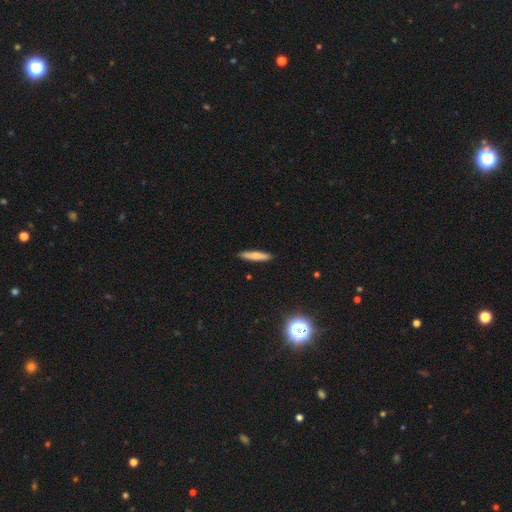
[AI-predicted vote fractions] A smooth galaxy with no disk features (68%) that is cigar-shaped (88%). Merging: none (90%).